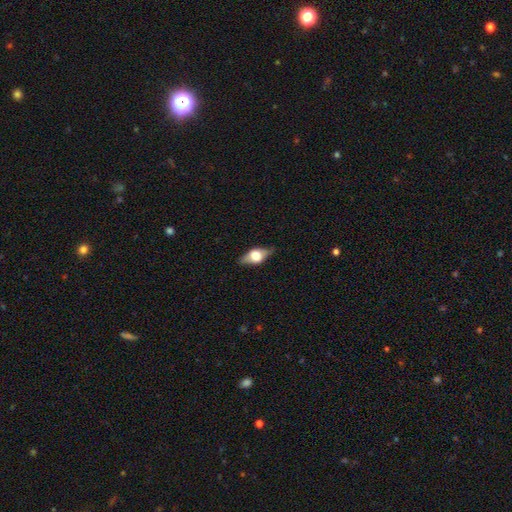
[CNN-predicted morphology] smooth-or-featured: featured or disk: 51% | smooth: 41% | star or artifact: 8%
  disk-edge-on: yes: 88% | no: 12%
  merging: none: 80% | minor disturbance: 15% | major disturbance: 4% | merger: 1%